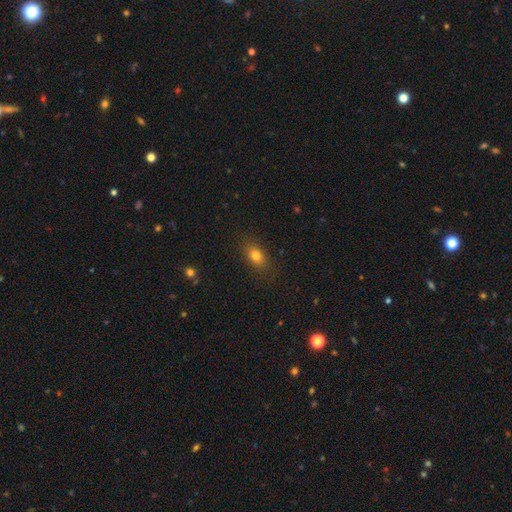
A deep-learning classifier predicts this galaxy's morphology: Smooth or featured?
  - smooth: 80% *
  - star or artifact: 10%
  - featured or disk: 10%
How rounded?
  - in between: 80% *
  - round: 16%
  - cigar-shaped: 5%
Merging?
  - none: 84% *
  - minor disturbance: 12%
  - major disturbance: 4%
  - merger: 1%